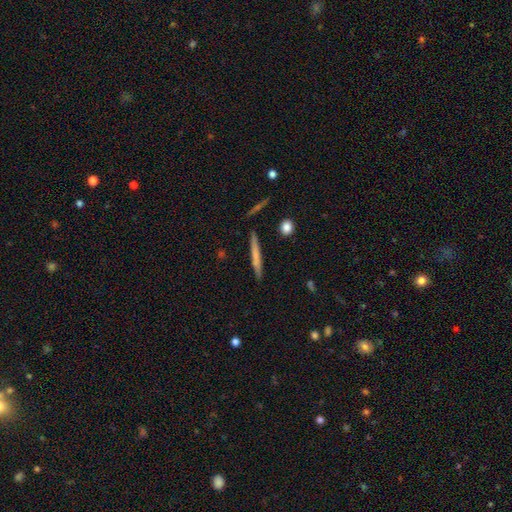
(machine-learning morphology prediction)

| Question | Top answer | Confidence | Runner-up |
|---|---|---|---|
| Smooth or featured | smooth | 59% | featured or disk (35%) |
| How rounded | cigar-shaped | 96% | in between (3%) |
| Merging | none | 89% | minor disturbance (8%) |